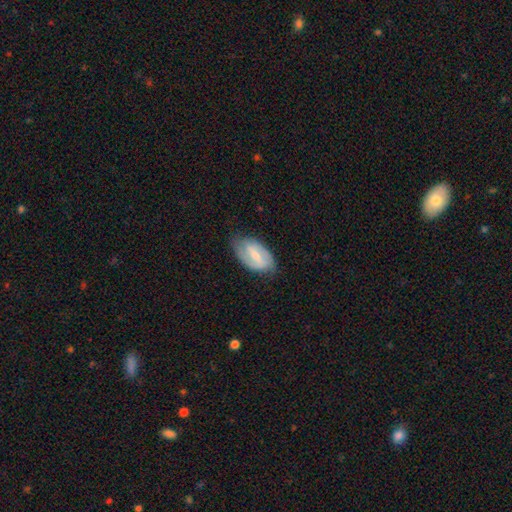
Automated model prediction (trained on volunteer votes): featured or disk 64%, smooth 30%, star or artifact 6%. Down the decision tree: edge-on disk — no (95%); bar — weak (47%); spiral arms — yes (81%); bulge size — small (48%); merging — none (68%).